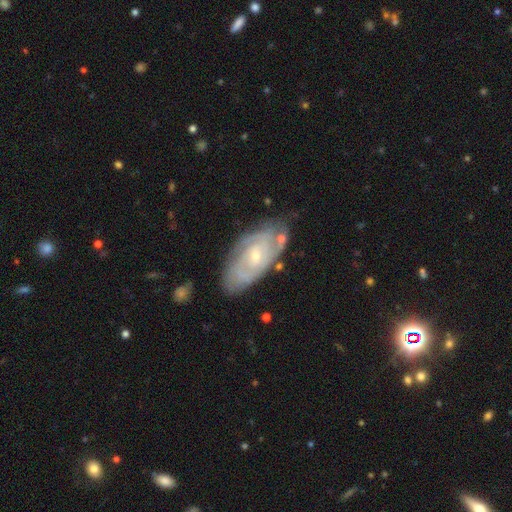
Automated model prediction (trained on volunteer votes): featured or disk 82%, smooth 13%, star or artifact 6%. Down the decision tree: edge-on disk — no (94%); bar — no (66%); spiral arms — yes (93%); spiral arm count — can't tell (37%); spiral winding — tight (69%); bulge size — small (69%); merging — none (70%).